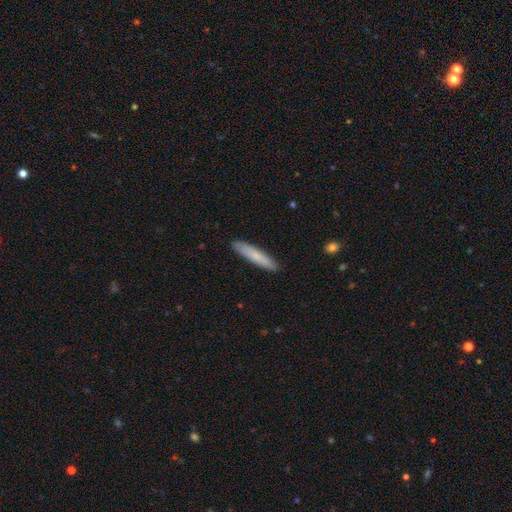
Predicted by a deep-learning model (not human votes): Smooth or featured? Predicted: smooth (p=0.75). How rounded? Predicted: cigar-shaped (p=0.88). Merging? Predicted: none (p=0.89).